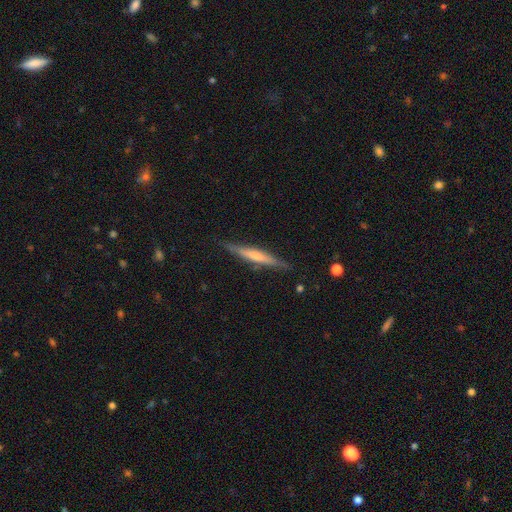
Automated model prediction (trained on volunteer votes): Smooth or featured? Predicted: featured or disk (p=0.57). Edge-on disk? Predicted: yes (p=0.96). Edge-on bulge? Predicted: rounded (p=0.44). Merging? Predicted: none (p=0.86).